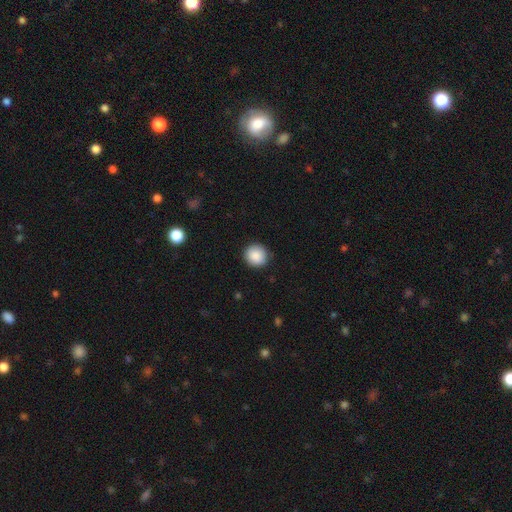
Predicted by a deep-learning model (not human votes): Overall: smooth (89%). How rounded: round (92%). Merging: none (90%).